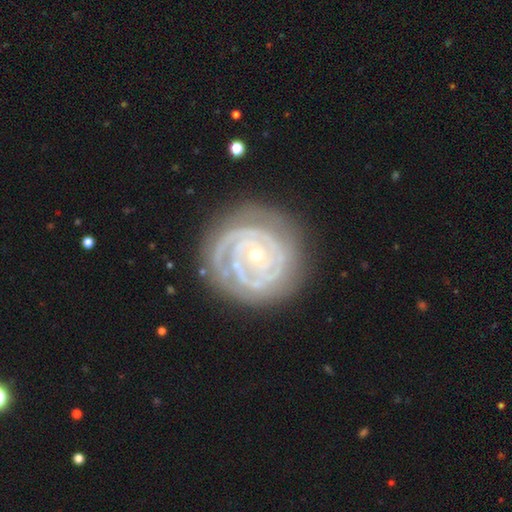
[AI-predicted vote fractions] Smooth or featured? Predicted: featured or disk (p=0.88). Edge-on disk? Predicted: no (p=0.97). Bar? Predicted: no (p=0.72). Spiral arms? Predicted: yes (p=0.97). Spiral winding? Predicted: tight (p=0.85). Spiral arm count? Predicted: 2 (p=0.31). Bulge size? Predicted: small (p=0.68). Merging? Predicted: none (p=0.77).